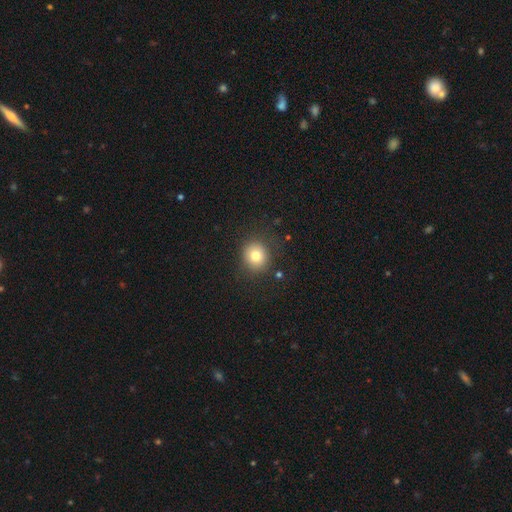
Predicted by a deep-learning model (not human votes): A smooth galaxy with no disk features (78%) that is round (85%). Merging: none (85%).